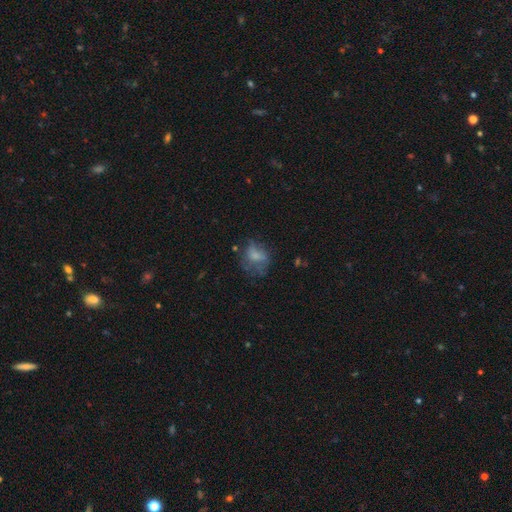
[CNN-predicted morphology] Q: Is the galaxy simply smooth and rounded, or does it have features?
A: smooth — 56%.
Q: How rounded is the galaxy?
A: round — 50%.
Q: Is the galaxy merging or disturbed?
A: none — 42%.